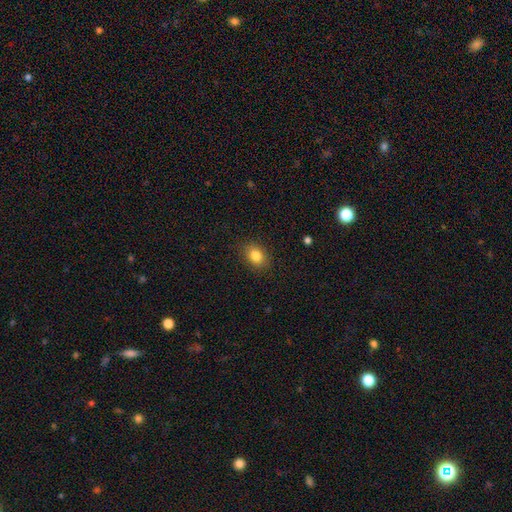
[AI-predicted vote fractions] A smooth galaxy with no disk features (83%) that is in between round and cigar-shaped (68%).

Vote fractions:
- Smooth or featured? smooth: 83% / star or artifact: 10% / featured or disk: 7%
- How rounded? in between: 68% / round: 30% / cigar-shaped: 1%
- Merging? none: 86% / minor disturbance: 10% / major disturbance: 3% / merger: 1%